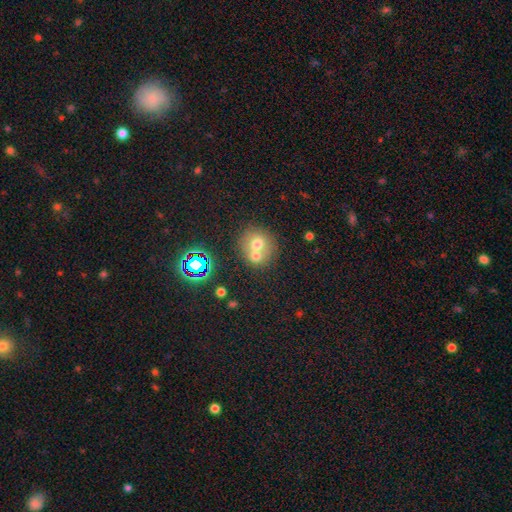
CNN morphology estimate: The model was most divided on "merging": merger: 58%, none: 34%, minor disturbance: 6%, major disturbance: 3%. More confident: how rounded — round (80%); smooth or featured — smooth (63%).